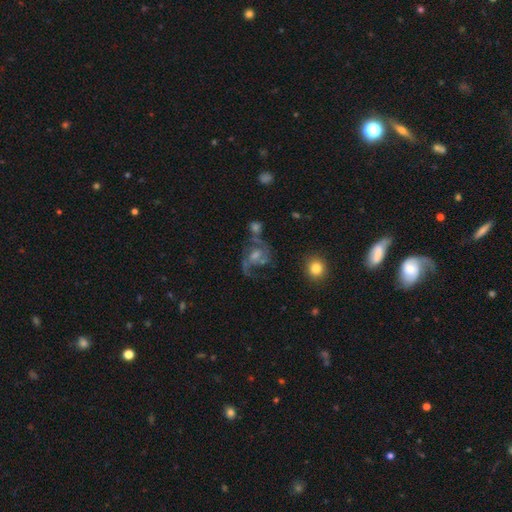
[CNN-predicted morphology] Smooth or featured?
  - featured or disk: 76% *
  - star or artifact: 13%
  - smooth: 11%
Edge-on disk?
  - no: 97% *
  - yes: 3%
Bar?
  - no: 49% *
  - weak: 41%
  - strong: 10%
Spiral arms?
  - yes: 91% *
  - no: 9%
Spiral winding?
  - medium: 47% *
  - loose: 37%
  - tight: 16%
Spiral arm count?
  - 2: 71% *
  - can't tell: 10%
  - 1: 10%
  - 3: 5%
  - 4: 2%
  - more than 4: 2%
Bulge size?
  - moderate: 42% *
  - small: 37%
  - none: 12%
  - large: 7%
  - dominant: 2%
Merging?
  - none: 44% *
  - major disturbance: 23%
  - merger: 17%
  - minor disturbance: 16%